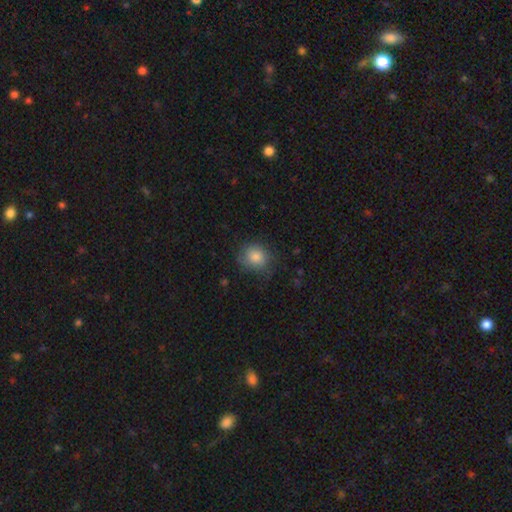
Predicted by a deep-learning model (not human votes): Q: Smooth or featured?
A: smooth (83%); runner-up: star or artifact (9%)
Q: How rounded?
A: round (76%); runner-up: in between (23%)
Q: Merging?
A: none (74%); runner-up: minor disturbance (20%)